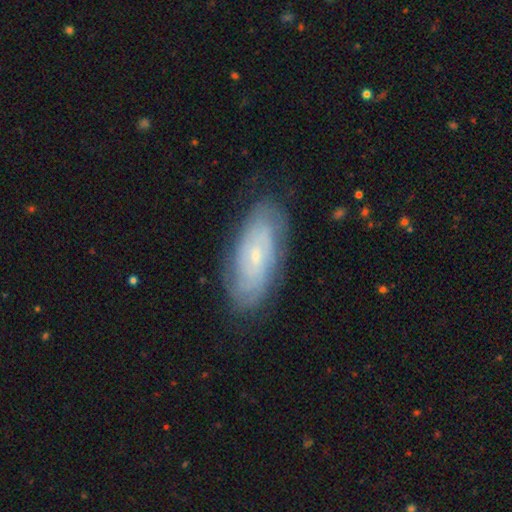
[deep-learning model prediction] The model was most divided on "spiral arm count": can't tell: 54%, 2: 19%, 3: 9%, 4: 9%, more than 4: 5%, 1: 4%. More confident: edge-on disk — no (91%); spiral arms — yes (90%); merging — none (80%); bulge size — small (77%); spiral winding — tight (75%); smooth or featured — featured or disk (71%); bar — no (66%).